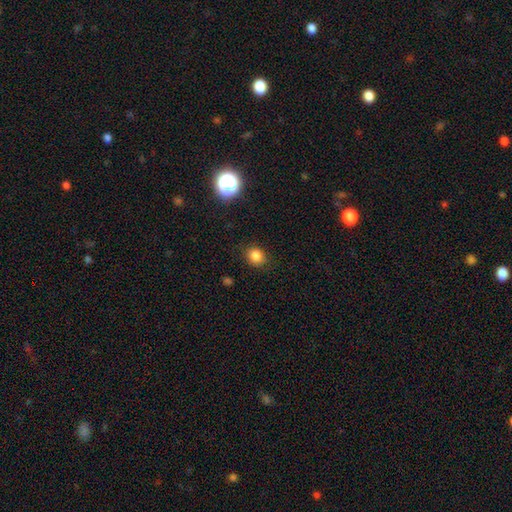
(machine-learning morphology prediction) type=smooth (84%); roundness=round (69%); merging=none (85%).